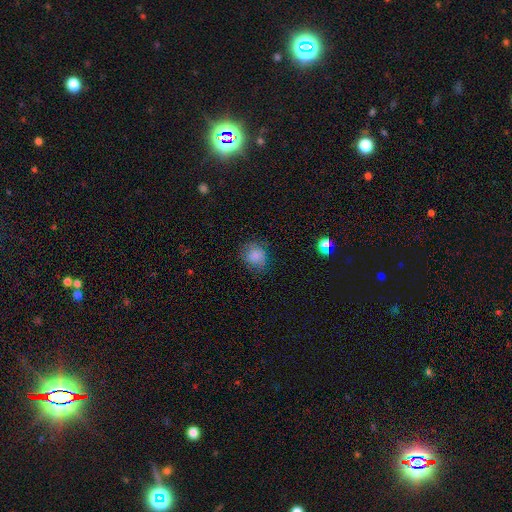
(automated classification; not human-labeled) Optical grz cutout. It shows a smooth galaxy with no disk features (81%) that is round (72%). Merging: none (69%).